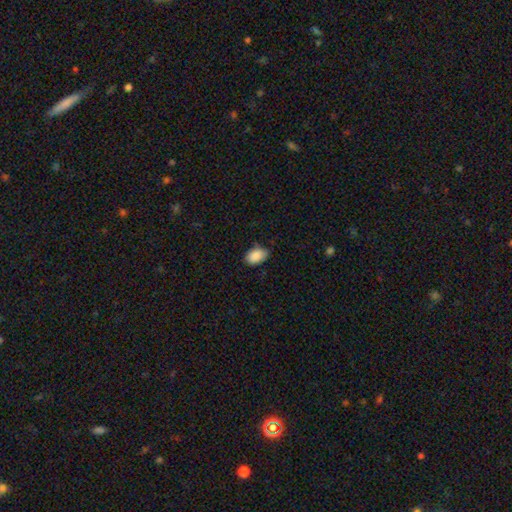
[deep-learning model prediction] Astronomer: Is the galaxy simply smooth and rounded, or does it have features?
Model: smooth — 89%.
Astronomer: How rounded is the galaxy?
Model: in between — 89%.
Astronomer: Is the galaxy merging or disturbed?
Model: none — 69%.